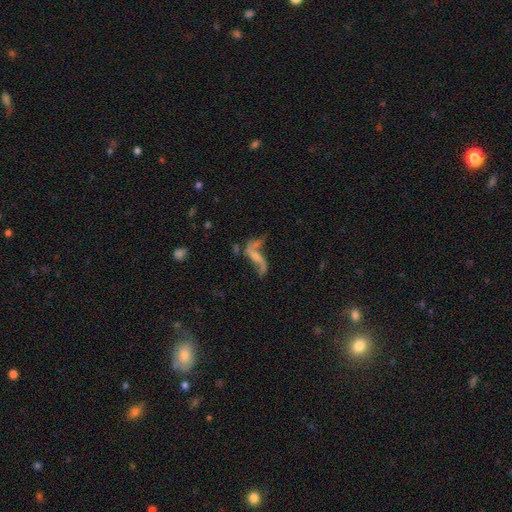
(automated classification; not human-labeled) Smooth or featured?
  - featured or disk: 73% *
  - smooth: 16%
  - star or artifact: 10%
Edge-on disk?
  - no: 91% *
  - yes: 9%
Bar?
  - no: 44% *
  - weak: 34%
  - strong: 22%
Spiral arms?
  - yes: 81% *
  - no: 19%
Spiral winding?
  - loose: 90% *
  - medium: 8%
  - tight: 2%
Spiral arm count?
  - 2: 85% *
  - 1: 8%
  - can't tell: 4%
  - 3: 1%
  - 4: 1%
  - more than 4: 1%
Bulge size?
  - none: 53% *
  - small: 27%
  - moderate: 14%
  - large: 4%
  - dominant: 2%
Merging?
  - none: 38% *
  - major disturbance: 26%
  - merger: 19%
  - minor disturbance: 17%